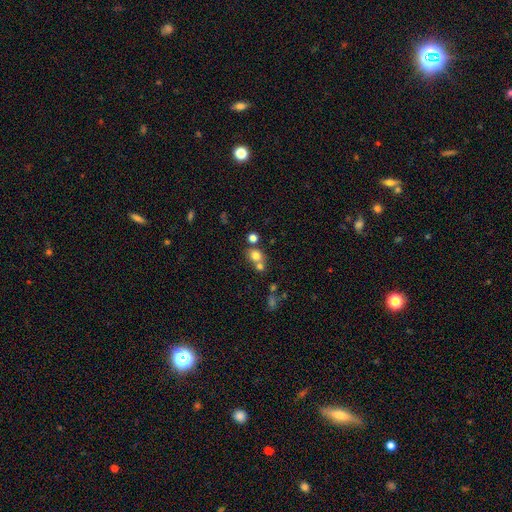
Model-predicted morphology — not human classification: Smooth or featured: smooth — 74% (star or artifact — 15%)
How rounded: round — 75% (in between — 24%)
Merging: none — 49% (merger — 40%)